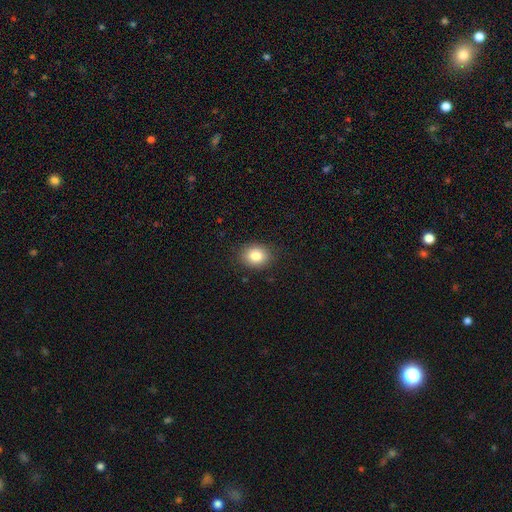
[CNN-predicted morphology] Smooth or featured?
  - smooth: 84% *
  - star or artifact: 9%
  - featured or disk: 7%
How rounded?
  - round: 55% *
  - in between: 44%
  - cigar-shaped: 1%
Merging?
  - none: 87% *
  - minor disturbance: 9%
  - major disturbance: 3%
  - merger: 1%